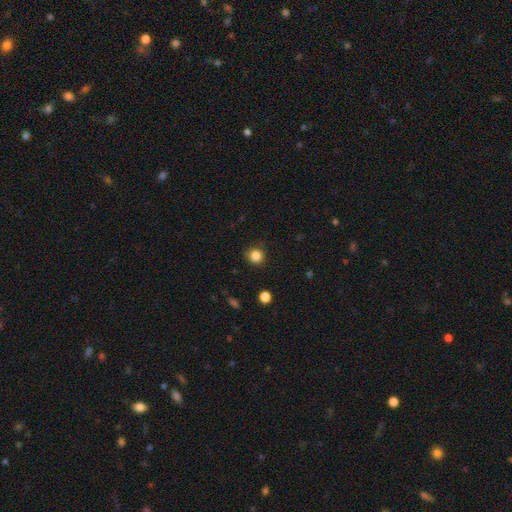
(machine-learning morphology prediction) Smooth or featured? Predicted: smooth (p=0.84). How rounded? Predicted: round (p=0.91). Merging? Predicted: none (p=0.84).